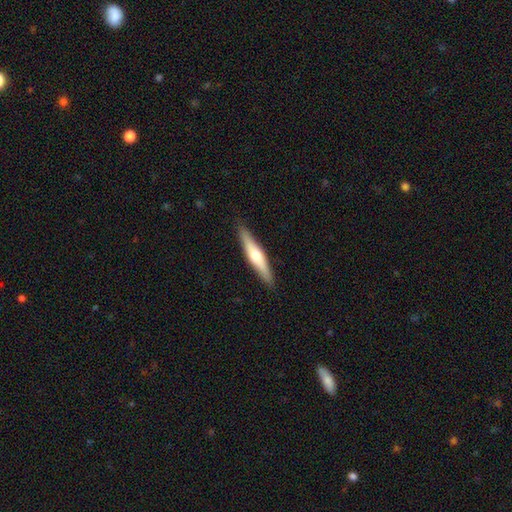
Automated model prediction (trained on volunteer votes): Smooth or featured? featured or disk (51%)
Edge-on disk? yes (92%)
Merging? none (90%)